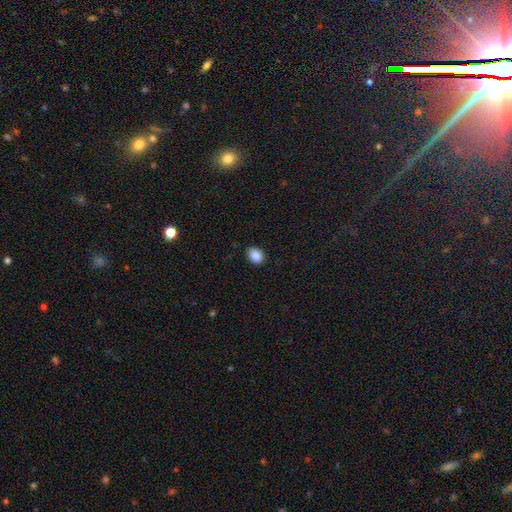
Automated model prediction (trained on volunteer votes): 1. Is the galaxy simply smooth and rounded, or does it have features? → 88% smooth, 9% star or artifact, 3% featured or disk.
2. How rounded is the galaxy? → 69% in between, 30% round, 1% cigar-shaped.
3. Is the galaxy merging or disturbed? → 81% none, 15% minor disturbance, 3% major disturbance, 1% merger.